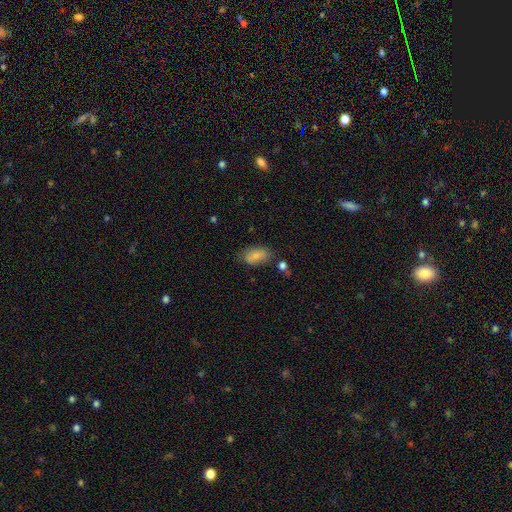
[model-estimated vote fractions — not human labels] Smooth or featured: smooth — 81% (featured or disk — 12%)
How rounded: in between — 92% (round — 5%)
Merging: none — 68% (minor disturbance — 21%)